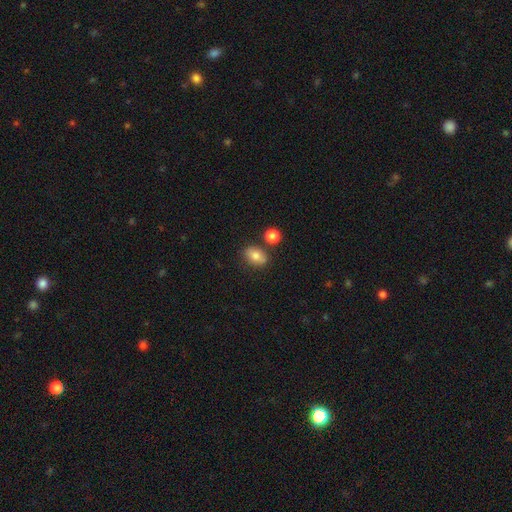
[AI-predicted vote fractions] Overall: smooth (81%). How rounded: in between (79%). Merging: none (74%).